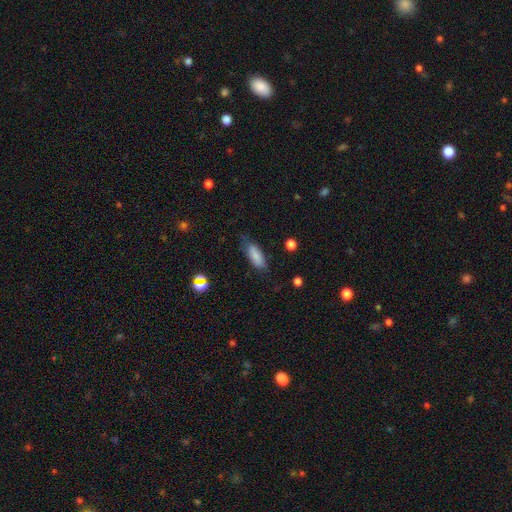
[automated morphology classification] This is clearly a smooth galaxy (81%). How rounded: likely in between (70%). Merging: likely none (64%).